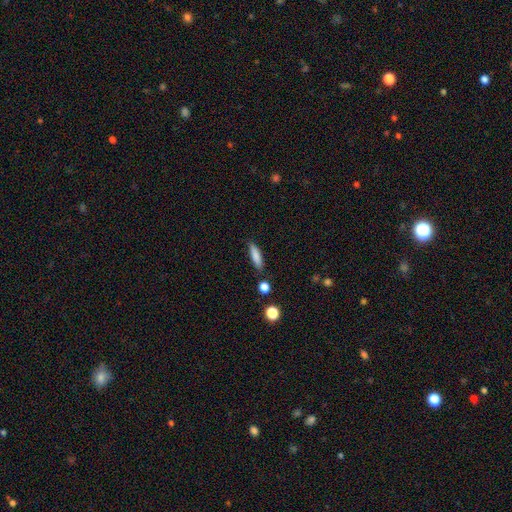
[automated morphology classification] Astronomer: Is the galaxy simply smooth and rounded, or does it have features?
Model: smooth — 83%.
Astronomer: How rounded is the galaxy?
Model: cigar-shaped — 68%.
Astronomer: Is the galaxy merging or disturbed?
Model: none — 83%.